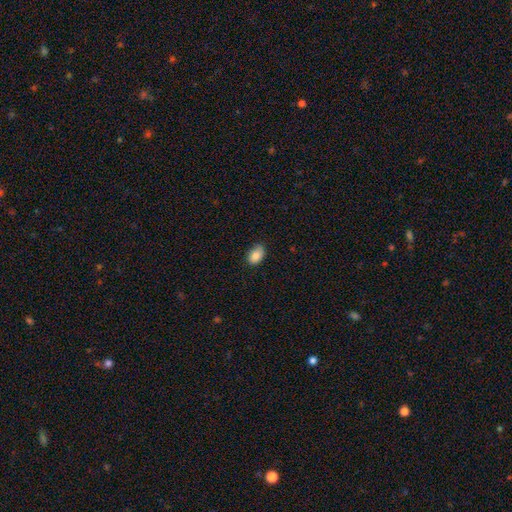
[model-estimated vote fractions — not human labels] smooth-or-featured: smooth: 86% | star or artifact: 8% | featured or disk: 6%
  how-rounded: in between: 87% | round: 12% | cigar-shaped: 1%
  merging: none: 76% | minor disturbance: 20% | major disturbance: 3% | merger: 1%